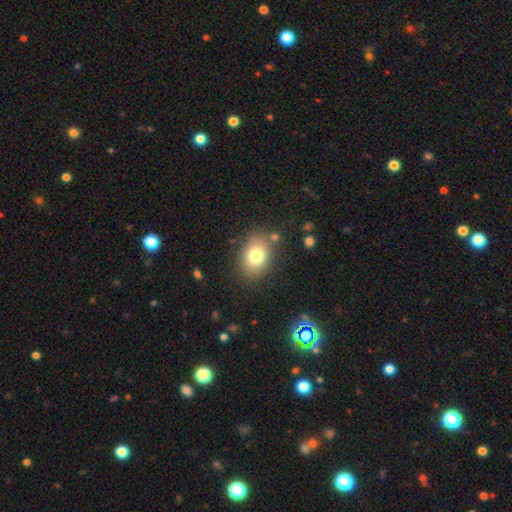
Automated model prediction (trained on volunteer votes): This is likely a smooth galaxy (77%). How rounded: likely in between (70%). Merging: clearly none (80%).